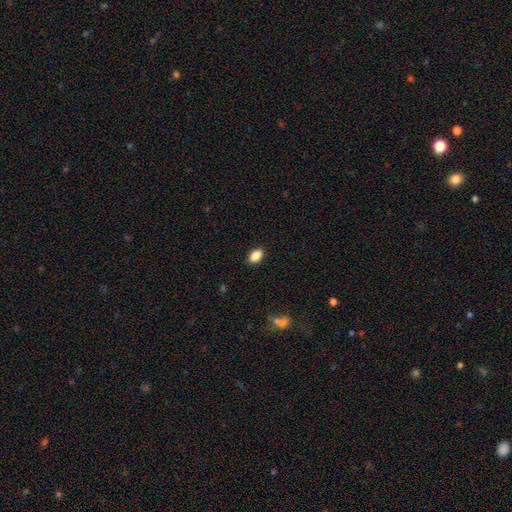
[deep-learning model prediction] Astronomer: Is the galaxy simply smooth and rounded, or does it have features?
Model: smooth — 88%.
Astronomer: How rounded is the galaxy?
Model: in between — 89%.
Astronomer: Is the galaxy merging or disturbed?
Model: none — 89%.